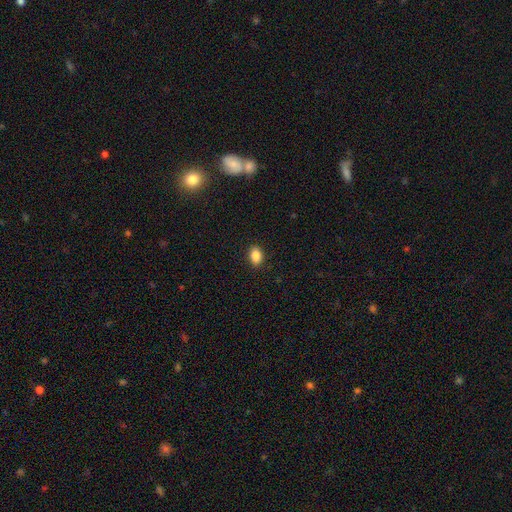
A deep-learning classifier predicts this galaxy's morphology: smooth_or_featured: smooth (p=0.87) [alt: star or artifact p=0.09]
how_rounded: in between (p=0.81) [alt: round p=0.17]
merging: none (p=0.89) [alt: minor disturbance p=0.08]